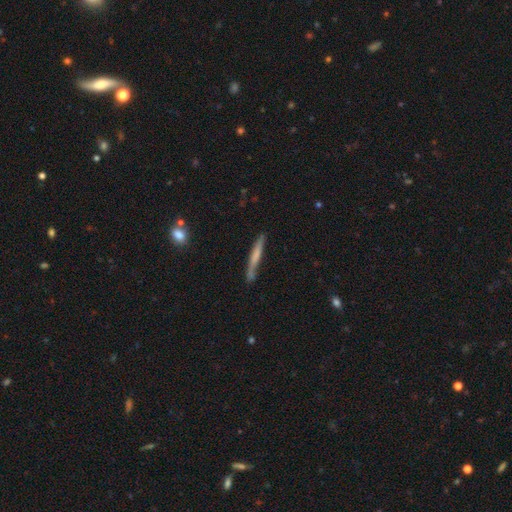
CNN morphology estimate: Smooth or featured: smooth — 55% (featured or disk — 39%)
How rounded: cigar-shaped — 96% (in between — 3%)
Merging: none — 76% (minor disturbance — 17%)